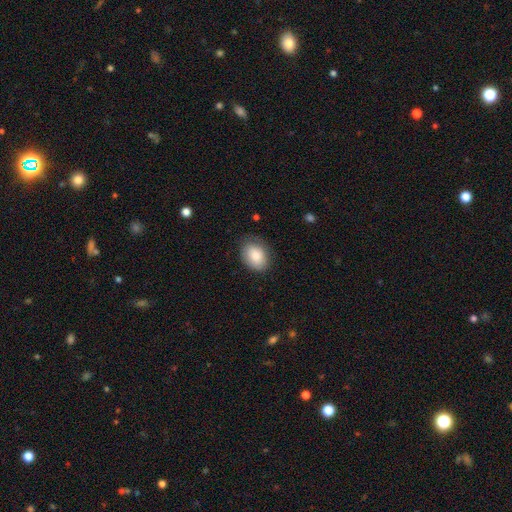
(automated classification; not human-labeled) This appears to be a smooth galaxy with no disk features (84%) that is in between round and cigar-shaped (75%). Merging: none (76%).